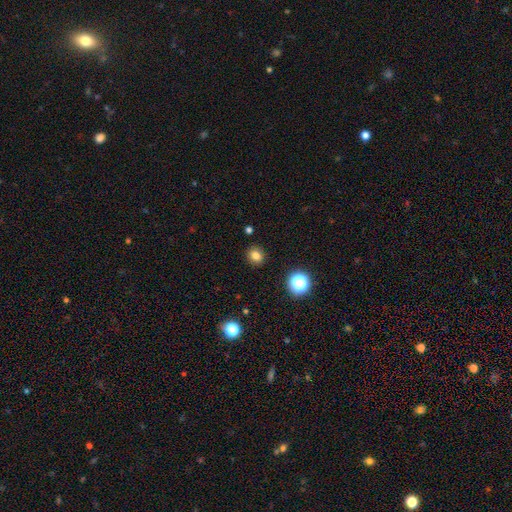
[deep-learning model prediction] This appears to be a smooth galaxy with no disk features (80%) that is round (78%). Merging: none (90%).